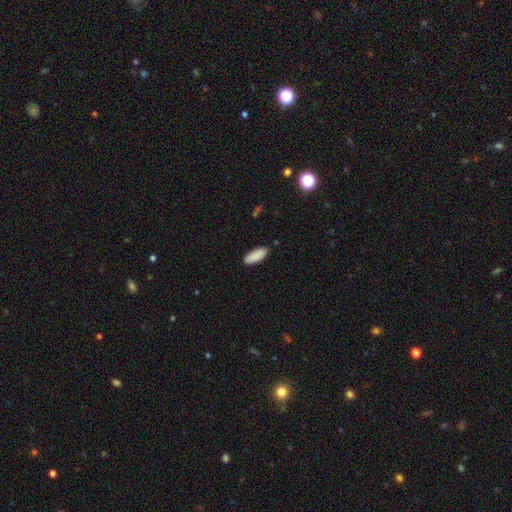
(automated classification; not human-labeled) smooth 90%, star or artifact 6%, featured or disk 4%. Down the decision tree: how rounded — in between (74%); merging — none (88%).